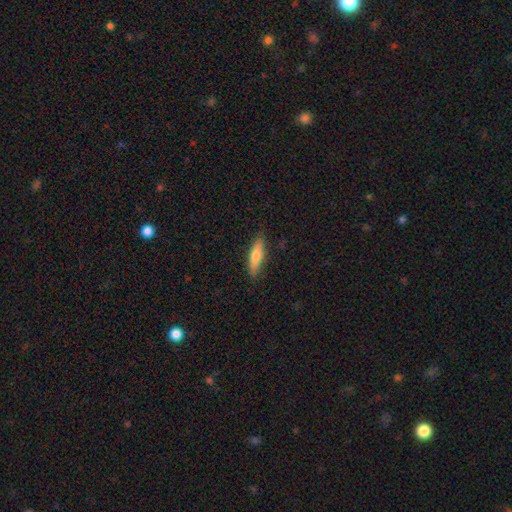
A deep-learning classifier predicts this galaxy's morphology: smooth 66%, featured or disk 28%, star or artifact 6%. Down the decision tree: how rounded — cigar-shaped (67%); merging — none (86%).